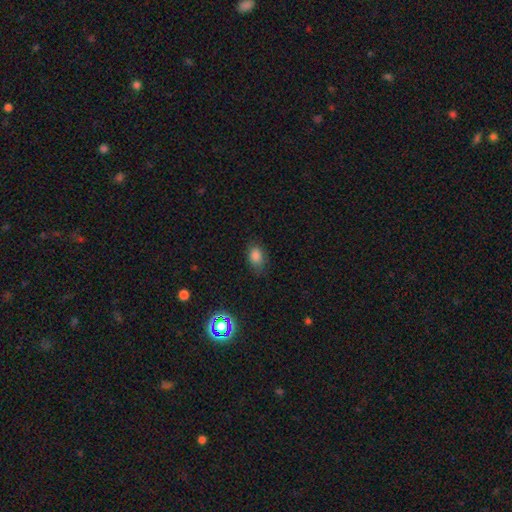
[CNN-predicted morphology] smooth_or_featured: smooth (p=0.81) [alt: star or artifact p=0.12]
how_rounded: in between (p=0.81) [alt: round p=0.17]
merging: none (p=0.74) [alt: minor disturbance p=0.20]